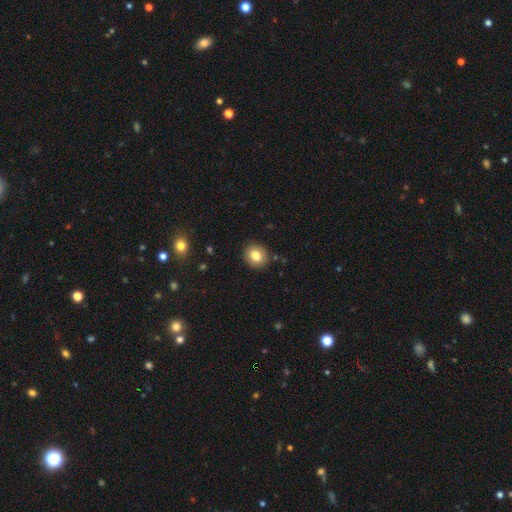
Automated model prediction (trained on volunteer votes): This appears to be a smooth galaxy with no disk features (81%) that is round (78%). Merging: none (89%).